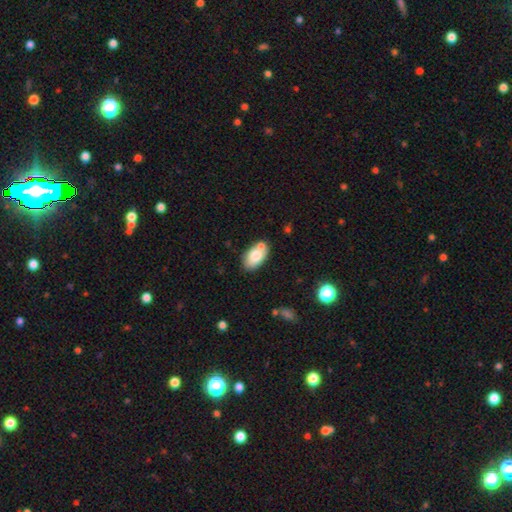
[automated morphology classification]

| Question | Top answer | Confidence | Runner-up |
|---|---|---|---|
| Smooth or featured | smooth | 78% | featured or disk (15%) |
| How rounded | in between | 93% | round (6%) |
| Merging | none | 61% | merger (19%) |